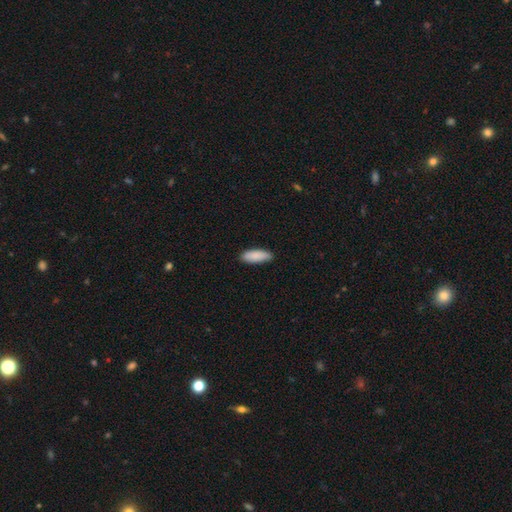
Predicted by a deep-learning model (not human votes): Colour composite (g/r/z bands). It shows a smooth galaxy with no disk features (89%) that is in between round and cigar-shaped (68%). Merging: none (86%).